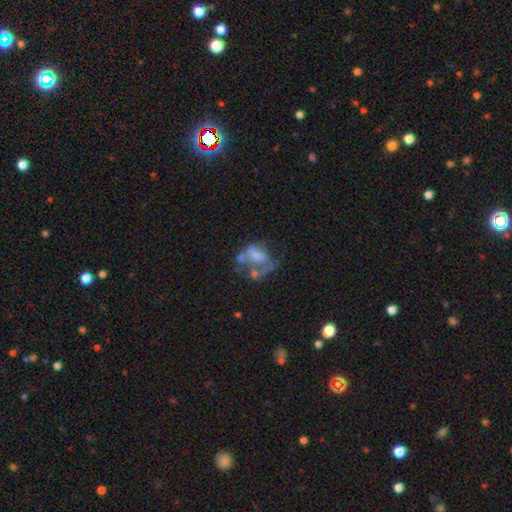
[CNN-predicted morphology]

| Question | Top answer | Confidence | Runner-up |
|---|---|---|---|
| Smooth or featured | featured or disk | 52% | smooth (36%) |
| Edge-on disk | no | 97% | yes (3%) |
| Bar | no | 78% | weak (17%) |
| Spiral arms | no | 82% | yes (18%) |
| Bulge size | none | 39% | moderate (29%) |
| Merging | major disturbance | 36% | merger (27%) |